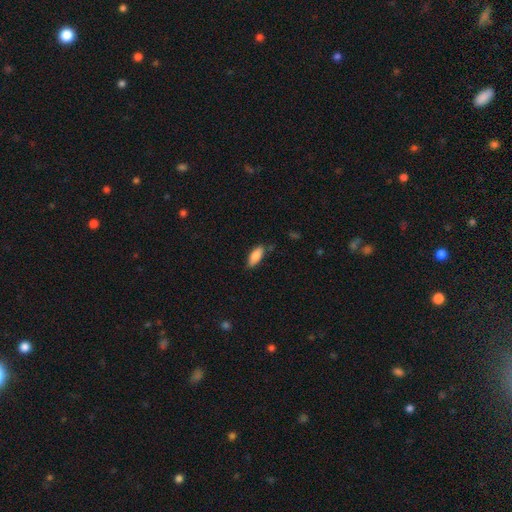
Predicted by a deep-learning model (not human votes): Smooth or featured? smooth (85%)
How rounded? in between (79%)
Merging? none (77%)